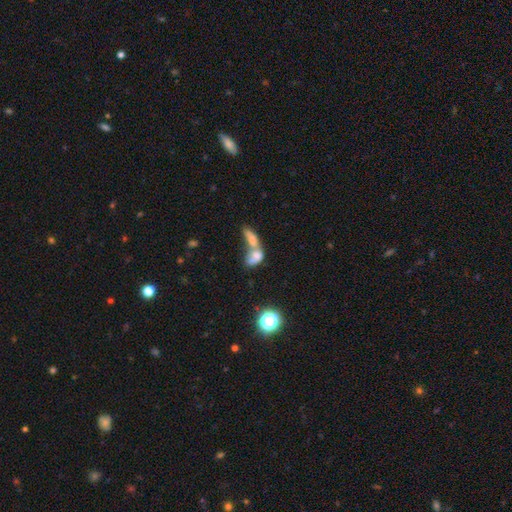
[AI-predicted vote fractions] Q: Smooth or featured?
A: smooth (65%); runner-up: featured or disk (23%)
Q: How rounded?
A: in between (77%); runner-up: round (16%)
Q: Merging?
A: merger (75%); runner-up: none (12%)